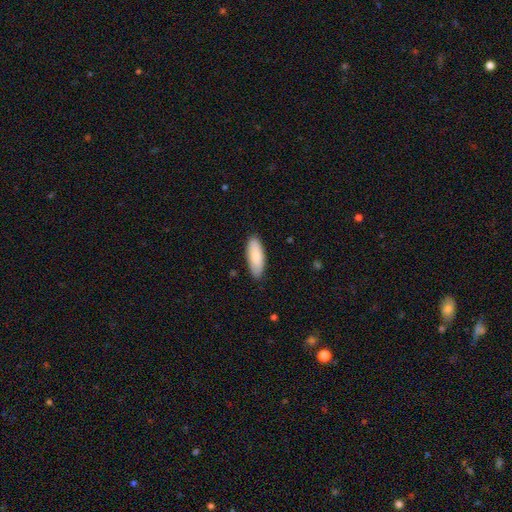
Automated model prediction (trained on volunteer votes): Overall: smooth (85%). How rounded: in between (73%). Merging: none (87%).